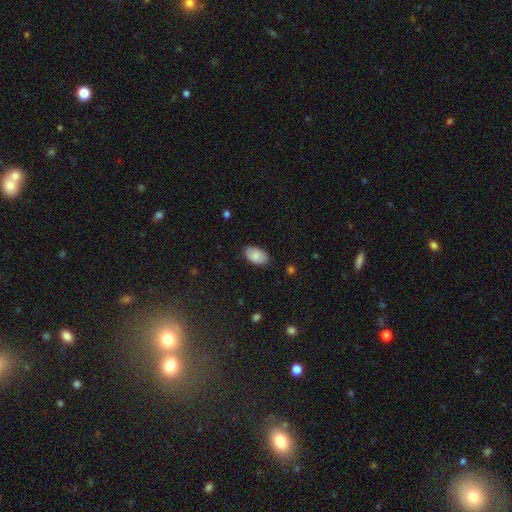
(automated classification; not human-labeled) A smooth galaxy with no disk features (83%) that is in between round and cigar-shaped (93%). Merging: none (85%).